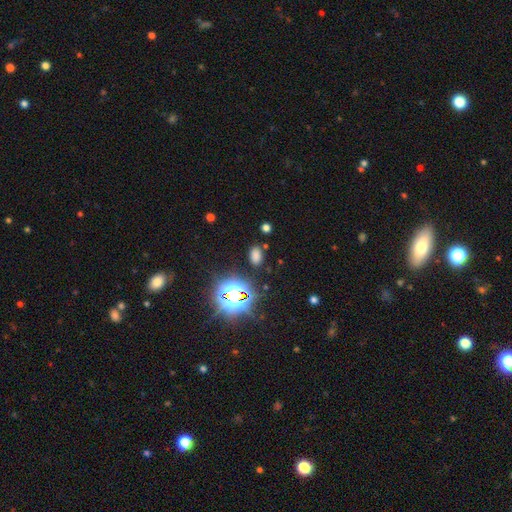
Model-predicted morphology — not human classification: Smooth or featured? smooth (65%)
How rounded? in between (85%)
Merging? none (82%)